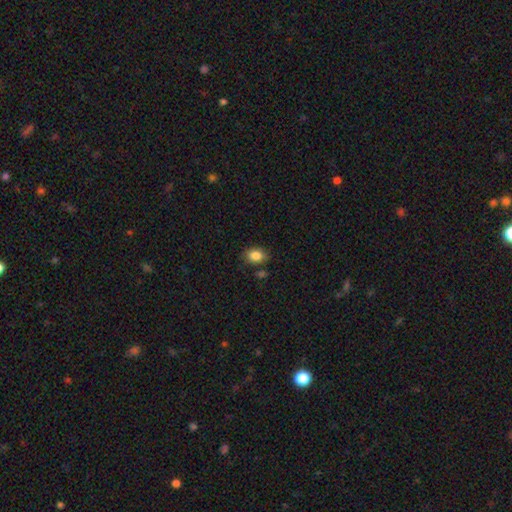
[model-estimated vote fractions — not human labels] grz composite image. It shows a smooth galaxy with no disk features (85%) that is in between round and cigar-shaped (71%). Merging: none (78%).